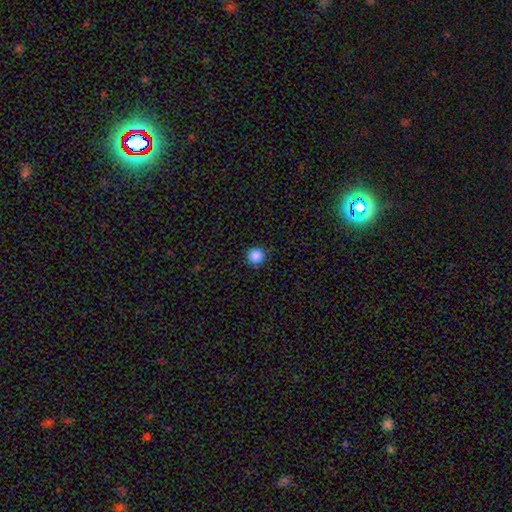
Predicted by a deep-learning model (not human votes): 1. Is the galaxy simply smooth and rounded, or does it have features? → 87% smooth, 11% star or artifact, 3% featured or disk.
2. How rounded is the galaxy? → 95% round, 4% in between, 1% cigar-shaped.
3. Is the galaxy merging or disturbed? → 92% none, 6% minor disturbance, 2% major disturbance, 1% merger.